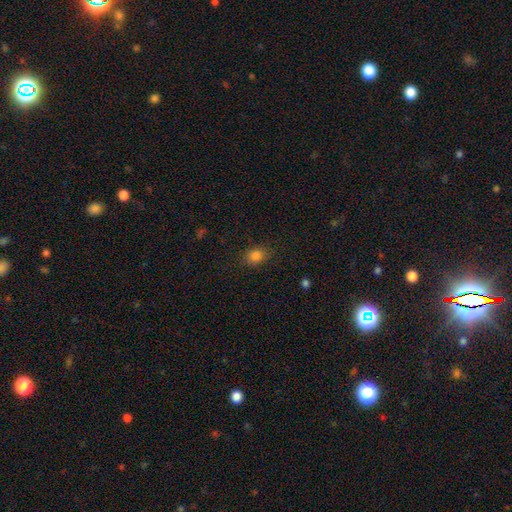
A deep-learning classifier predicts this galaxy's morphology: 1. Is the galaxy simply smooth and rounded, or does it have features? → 83% smooth, 13% star or artifact, 5% featured or disk.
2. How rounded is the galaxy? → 53% round, 46% in between, 1% cigar-shaped.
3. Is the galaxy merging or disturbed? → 82% none, 13% minor disturbance, 4% major disturbance, 1% merger.